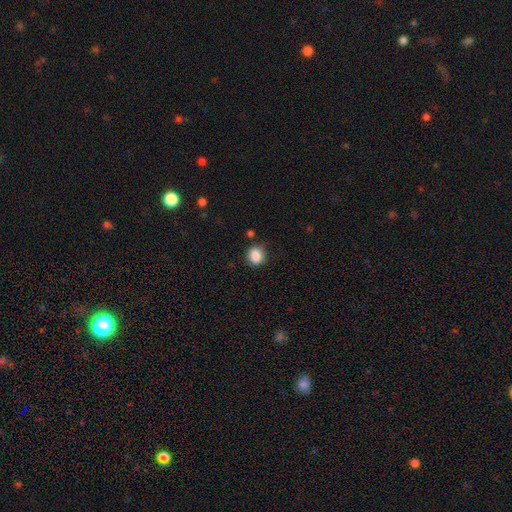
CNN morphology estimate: A smooth galaxy with no disk features (87%) that is round (64%). Merging: none (76%).